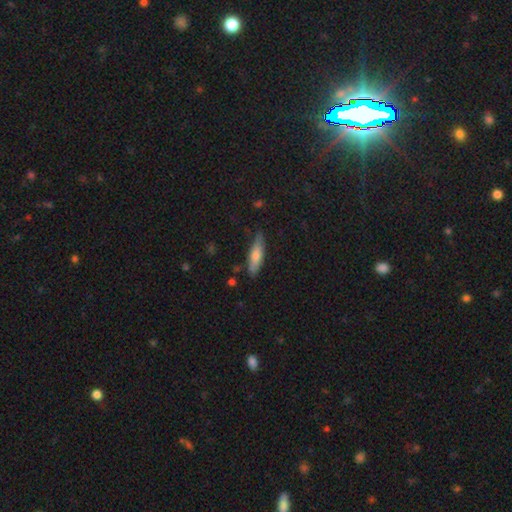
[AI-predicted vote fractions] smooth_or_featured: smooth (p=0.64) [alt: featured or disk p=0.29]
how_rounded: cigar-shaped (p=0.63) [alt: in between p=0.35]
merging: none (p=0.78) [alt: minor disturbance p=0.17]